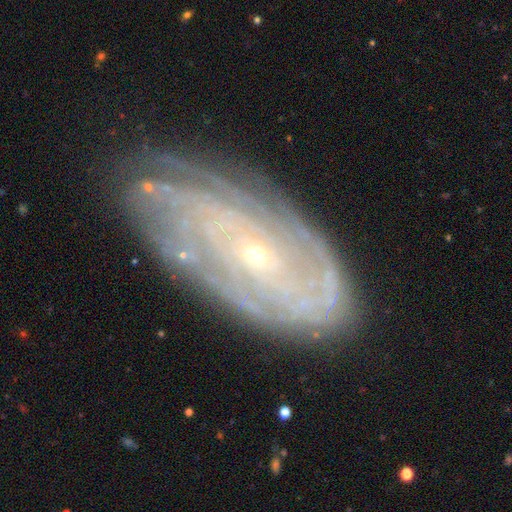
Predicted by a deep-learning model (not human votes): A featured or disk galaxy (83%) with no bar (70%), tight (73%) spiral arms (91%) and a small central bulge (84%). Merging: none (73%).